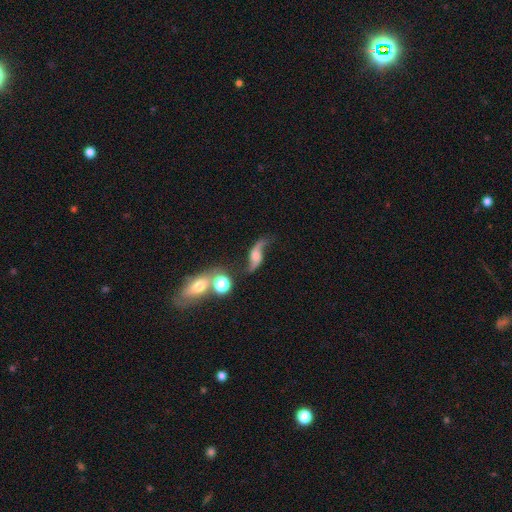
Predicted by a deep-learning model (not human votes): smooth_or_featured: featured or disk (p=0.81) [alt: smooth p=0.11]
disk_edge_on: no (p=0.92) [alt: yes p=0.08]
bar: no (p=0.59) [alt: weak p=0.31]
has_spiral_arms: yes (p=0.95) [alt: no p=0.05]
spiral_winding: loose (p=0.92) [alt: medium p=0.06]
spiral_arm_count: 2 (p=0.93) [alt: 1 p=0.03]
bulge_size: none (p=0.30) [alt: moderate p=0.26]
merging: none (p=0.64) [alt: minor disturbance p=0.17]